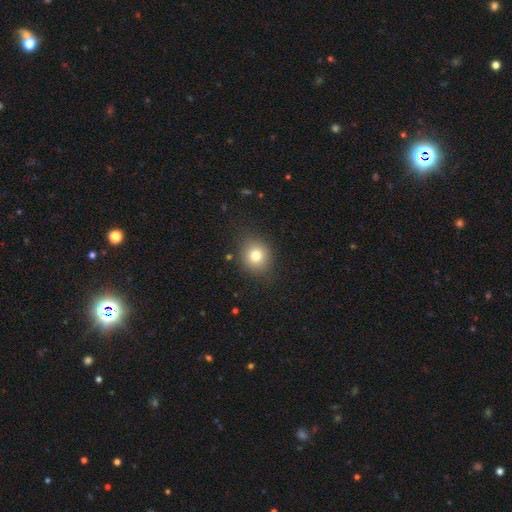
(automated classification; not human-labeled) A smooth galaxy with no disk features (77%) that is round (74%). Merging: none (83%).